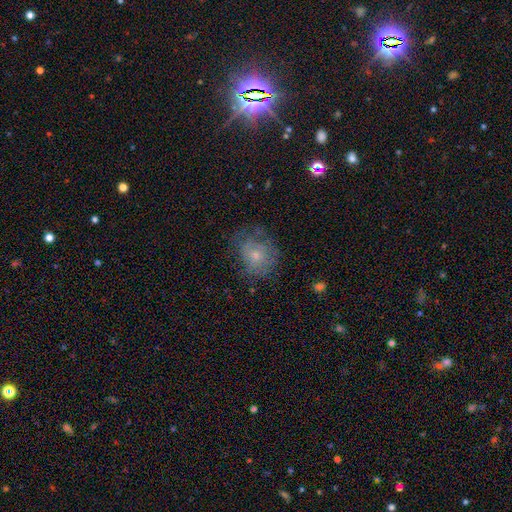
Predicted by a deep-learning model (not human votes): This is possibly a smooth galaxy (58%). How rounded: likely round (65%). Merging: possibly none (55%).